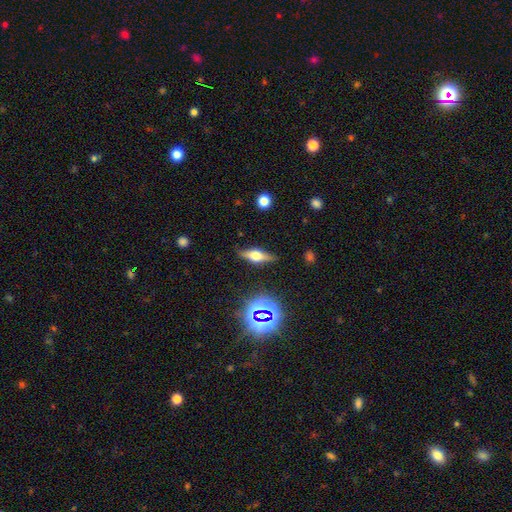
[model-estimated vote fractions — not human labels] Overall: featured or disk (52%; smooth 36%). Edge-on disk: yes (91%). Merging: none (84%).